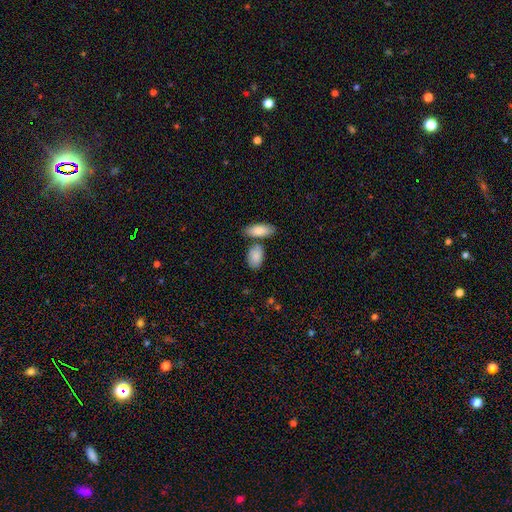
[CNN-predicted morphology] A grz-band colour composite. It shows a smooth galaxy with no disk features (87%) that is in between round and cigar-shaped (89%). Merging: none (61%).